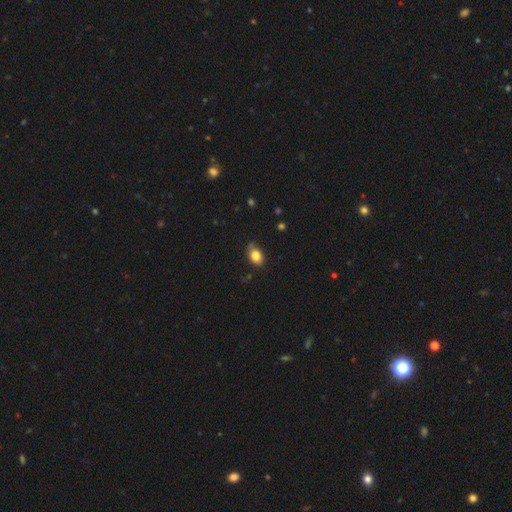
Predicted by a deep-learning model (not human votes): smooth_or_featured: smooth (p=0.83) [alt: featured or disk p=0.09]
how_rounded: in between (p=0.79) [alt: round p=0.19]
merging: none (p=0.68) [alt: minor disturbance p=0.25]